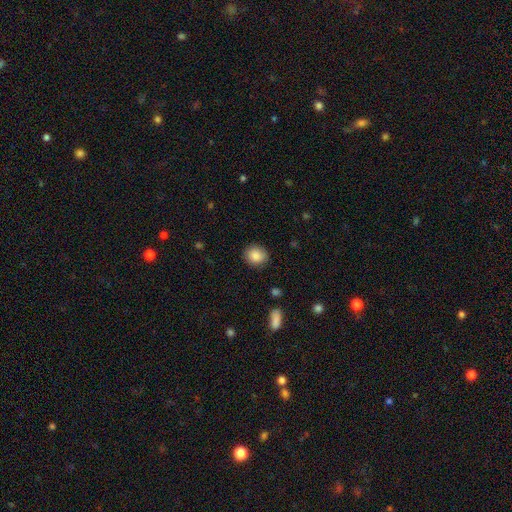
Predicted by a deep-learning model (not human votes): This appears to be a smooth galaxy with no disk features (87%) that is round (78%). Merging: none (87%).